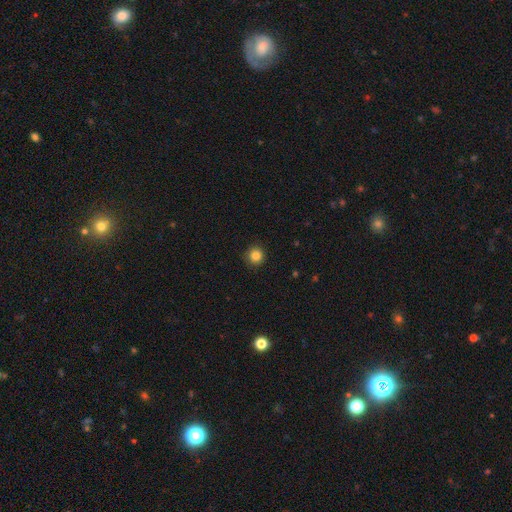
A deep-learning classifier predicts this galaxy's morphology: A smooth galaxy with no disk features (84%) that is round (95%). Merging: none (92%).